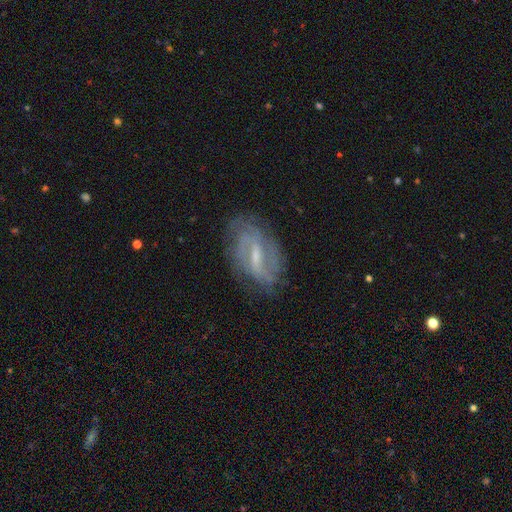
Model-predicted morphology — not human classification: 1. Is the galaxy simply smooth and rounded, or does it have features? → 78% featured or disk, 14% smooth, 8% star or artifact.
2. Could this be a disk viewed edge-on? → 93% no, 7% yes.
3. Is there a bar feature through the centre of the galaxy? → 47% weak, 41% strong, 12% no.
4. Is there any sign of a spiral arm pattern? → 87% yes, 13% no.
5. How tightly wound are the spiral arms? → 40% medium, 39% tight, 21% loose.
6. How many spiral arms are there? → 48% 2, 32% can't tell, 9% 3, 4% 1, 4% 4, 3% more than 4.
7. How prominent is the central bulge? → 48% small, 33% moderate, 15% none, 3% large, 1% dominant.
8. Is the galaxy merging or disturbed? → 71% none, 19% minor disturbance, 8% major disturbance, 2% merger.